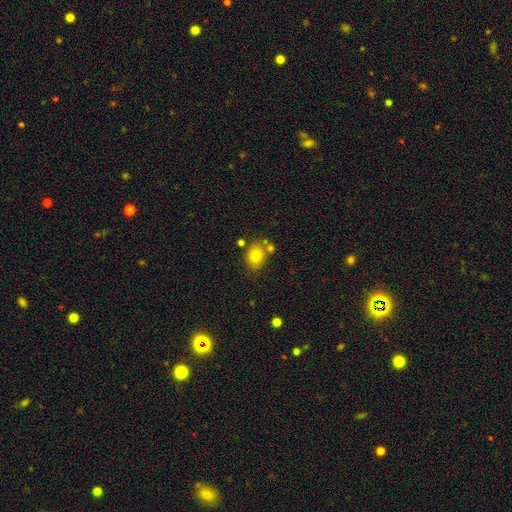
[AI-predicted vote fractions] This is likely a smooth galaxy (78%). How rounded: possibly in between (55%). Merging: likely none (68%).